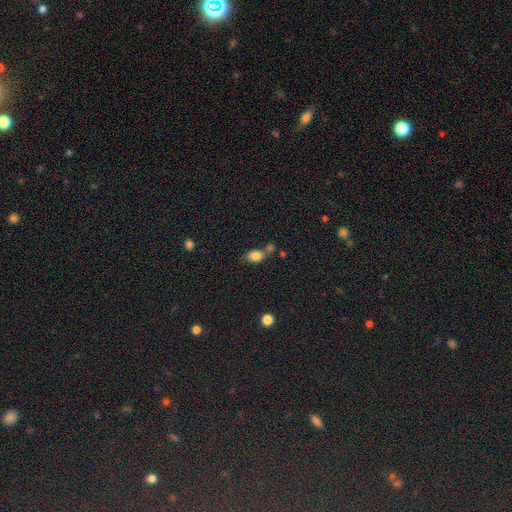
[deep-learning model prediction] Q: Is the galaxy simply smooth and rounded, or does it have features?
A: smooth — 81%.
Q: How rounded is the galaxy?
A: in between — 85%.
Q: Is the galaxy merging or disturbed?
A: none — 45%.